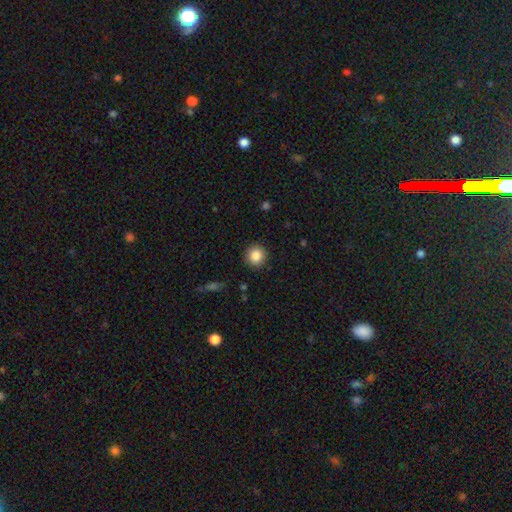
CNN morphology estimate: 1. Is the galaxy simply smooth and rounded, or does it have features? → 86% smooth, 9% star or artifact, 5% featured or disk.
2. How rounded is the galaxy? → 93% round, 6% in between, 1% cigar-shaped.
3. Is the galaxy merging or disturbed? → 91% none, 6% minor disturbance, 2% major disturbance, 1% merger.